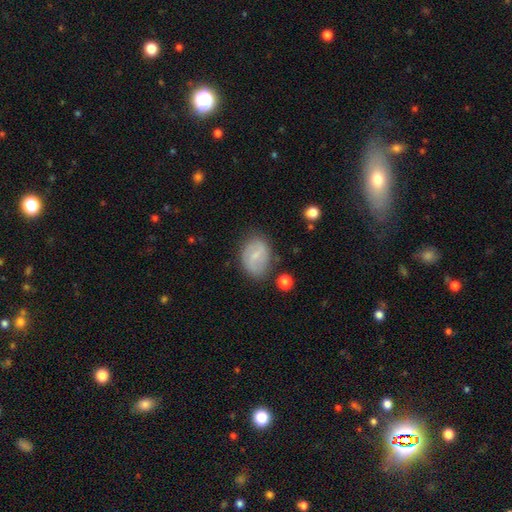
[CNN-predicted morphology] This appears to be a smooth galaxy with no disk features (48%). Merging: none (72%).